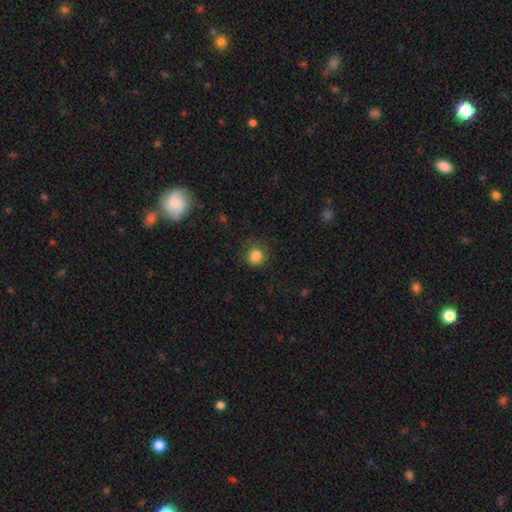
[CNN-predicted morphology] Smooth or featured? smooth (85%)
How rounded? round (90%)
Merging? none (77%)